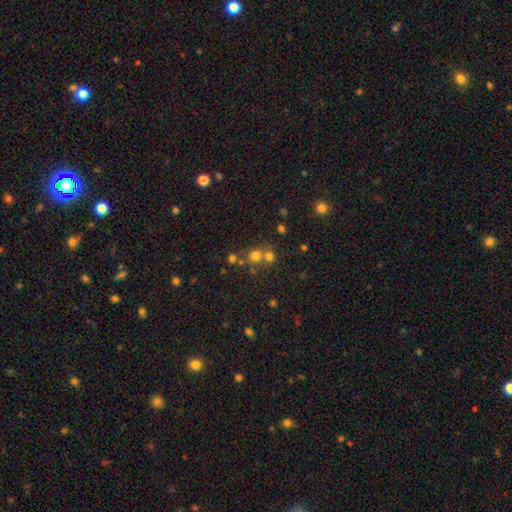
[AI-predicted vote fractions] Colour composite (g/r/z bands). It shows a smooth galaxy with no disk features (67%) that is round (85%). Merging: none (52%).